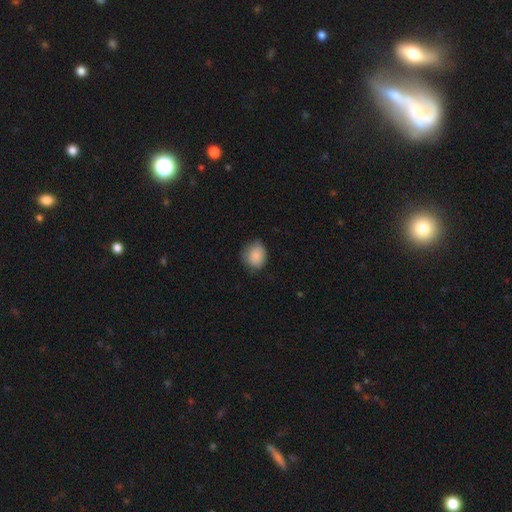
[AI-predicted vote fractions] smooth_or_featured: smooth (p=0.87) [alt: star or artifact p=0.08]
how_rounded: round (p=0.66) [alt: in between p=0.33]
merging: none (p=0.68) [alt: minor disturbance p=0.26]